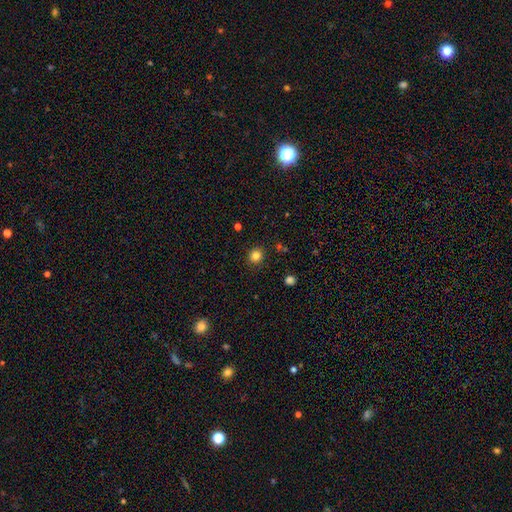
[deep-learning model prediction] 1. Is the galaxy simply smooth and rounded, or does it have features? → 82% smooth, 13% star or artifact, 5% featured or disk.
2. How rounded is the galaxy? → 88% round, 11% in between, 1% cigar-shaped.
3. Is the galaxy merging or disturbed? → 89% none, 7% minor disturbance, 2% major disturbance, 2% merger.